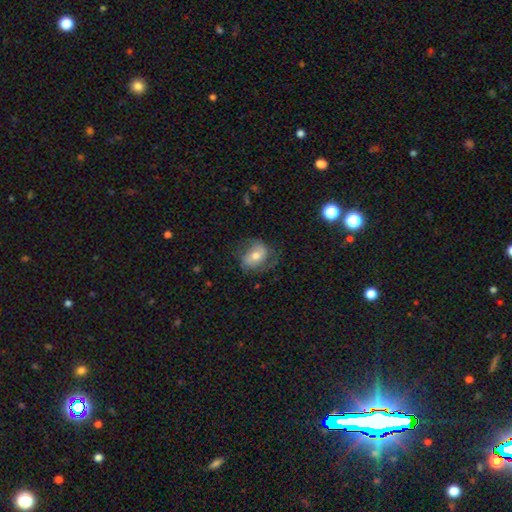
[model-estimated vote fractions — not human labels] Smooth or featured?
  - featured or disk: 46% *
  - smooth: 45%
  - star or artifact: 9%
Merging?
  - none: 59% *
  - minor disturbance: 23%
  - major disturbance: 16%
  - merger: 1%